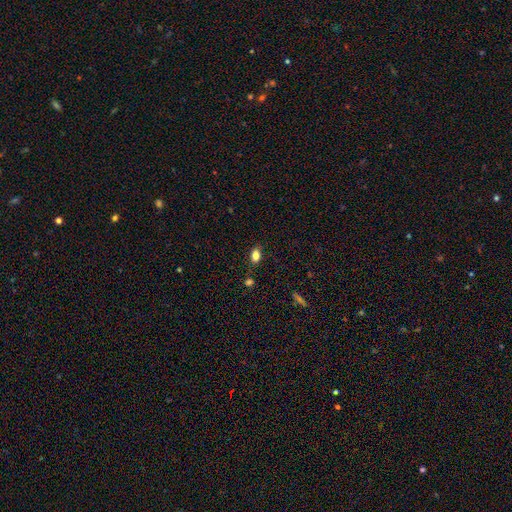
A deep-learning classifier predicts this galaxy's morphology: smooth-or-featured: smooth: 80% | star or artifact: 11% | featured or disk: 9%
  how-rounded: in between: 83% | round: 13% | cigar-shaped: 4%
  merging: none: 80% | minor disturbance: 13% | merger: 4% | major disturbance: 3%